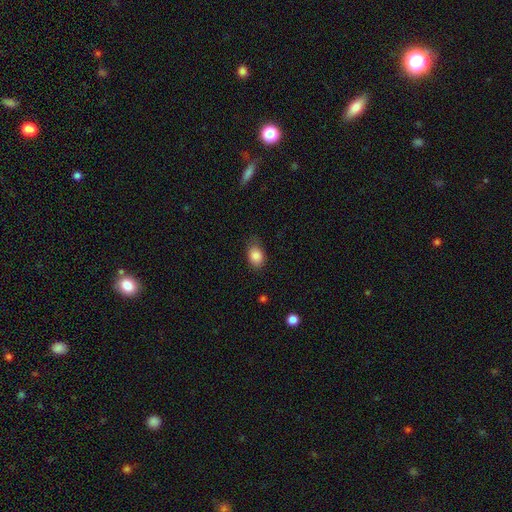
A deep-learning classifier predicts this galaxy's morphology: smooth_or_featured: smooth (p=0.86) [alt: star or artifact p=0.08]
how_rounded: in between (p=0.77) [alt: round p=0.22]
merging: none (p=0.72) [alt: minor disturbance p=0.22]